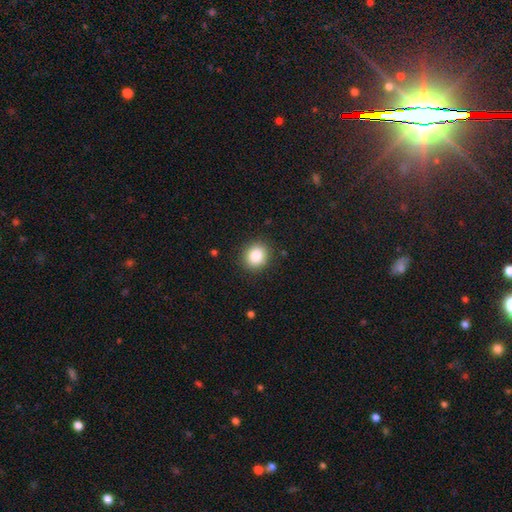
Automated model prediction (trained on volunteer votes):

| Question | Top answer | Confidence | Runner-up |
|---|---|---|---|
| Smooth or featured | smooth | 84% | star or artifact (10%) |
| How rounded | round | 79% | in between (20%) |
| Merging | none | 89% | minor disturbance (7%) |